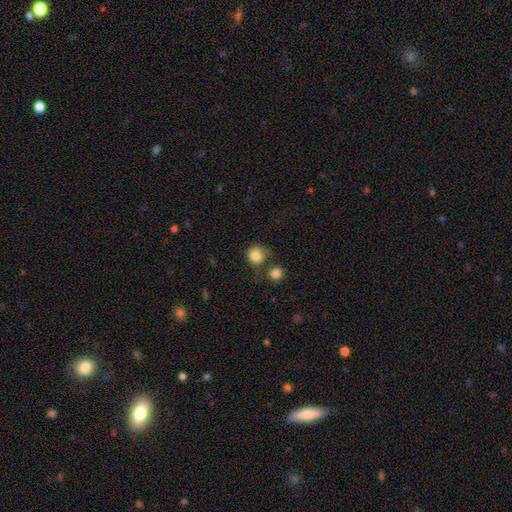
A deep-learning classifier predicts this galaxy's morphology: smooth_or_featured: smooth (p=0.84) [alt: star or artifact p=0.09]
how_rounded: round (p=0.81) [alt: in between p=0.18]
merging: none (p=0.52) [alt: merger p=0.22]